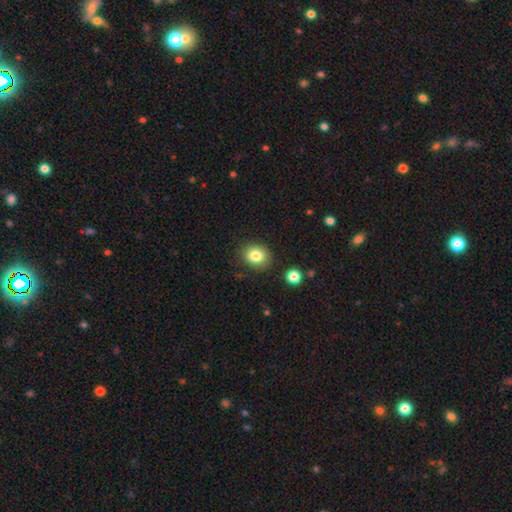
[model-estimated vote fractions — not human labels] smooth_or_featured: smooth (p=0.83) [alt: star or artifact p=0.10]
how_rounded: round (p=0.65) [alt: in between p=0.35]
merging: none (p=0.85) [alt: minor disturbance p=0.10]